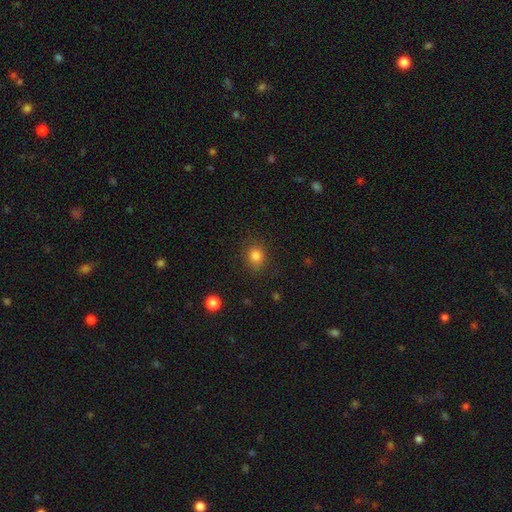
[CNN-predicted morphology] Smooth or featured: smooth — 83% (star or artifact — 12%)
How rounded: round — 69% (in between — 30%)
Merging: none — 85% (minor disturbance — 10%)